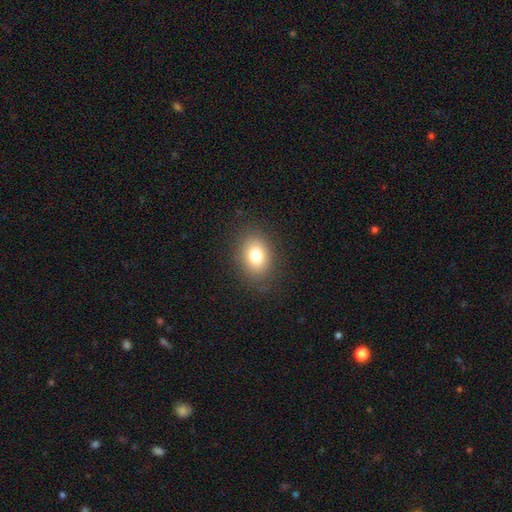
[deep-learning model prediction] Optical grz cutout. It shows a smooth galaxy with no disk features (78%) that is in between round and cigar-shaped (67%). Merging: none (85%).